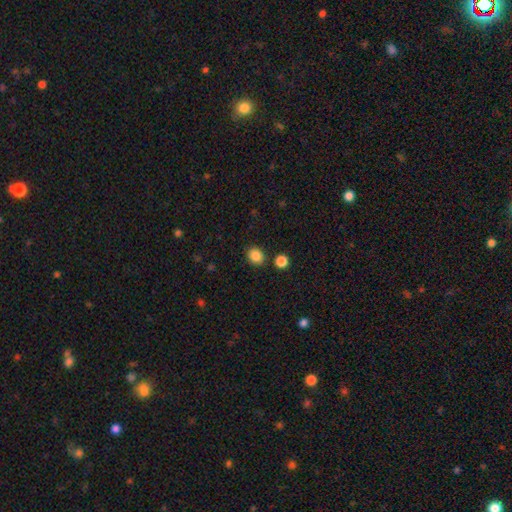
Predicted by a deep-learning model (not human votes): The model was most divided on "how rounded": round: 68%, in between: 32%, cigar-shaped: 1%. More confident: smooth or featured — smooth (86%); merging — none (85%).